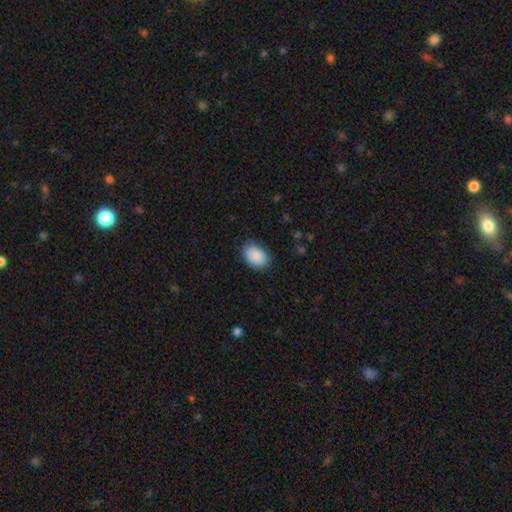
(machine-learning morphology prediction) Smooth or featured?
  - smooth: 89% *
  - star or artifact: 7%
  - featured or disk: 4%
How rounded?
  - in between: 86% *
  - round: 13%
  - cigar-shaped: 1%
Merging?
  - none: 81% *
  - minor disturbance: 15%
  - major disturbance: 3%
  - merger: 1%